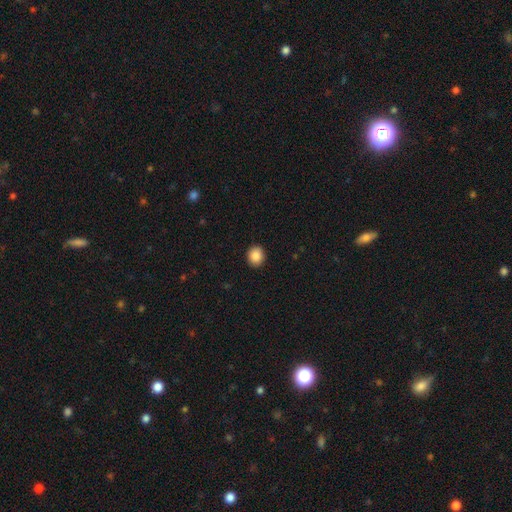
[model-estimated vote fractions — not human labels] Overall: smooth (88%). How rounded: round (73%). Merging: none (92%).